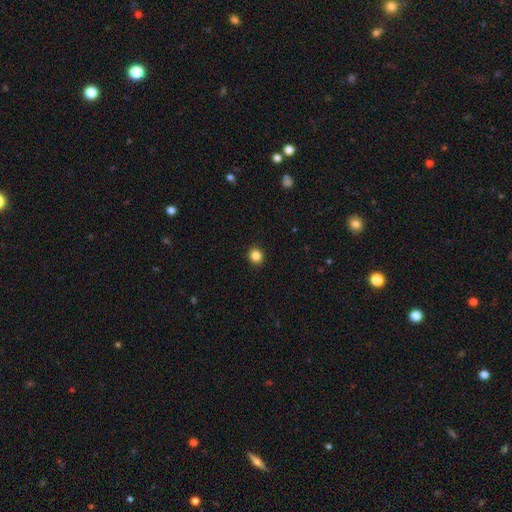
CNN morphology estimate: Smooth or featured? smooth (86%)
How rounded? round (84%)
Merging? none (92%)